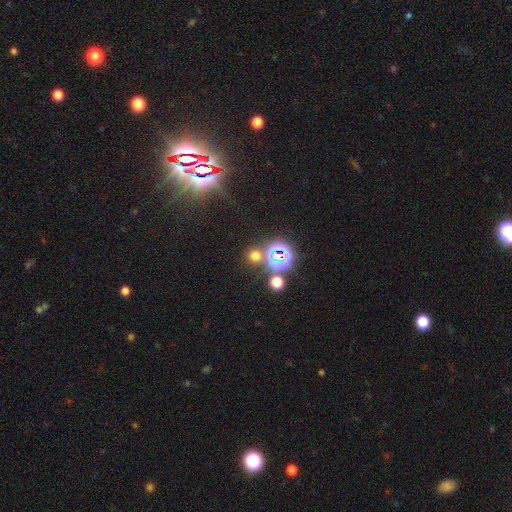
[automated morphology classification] This appears to be a smooth galaxy with no disk features (54%) that is round (89%). Merging: none (76%).